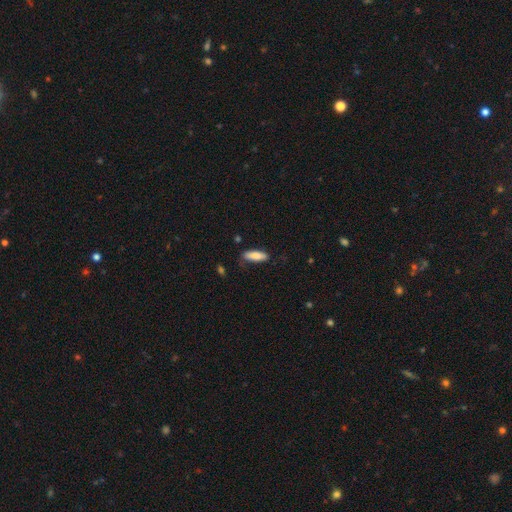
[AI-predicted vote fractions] Smooth or featured: smooth — 85% (featured or disk — 9%)
How rounded: in between — 55% (cigar-shaped — 43%)
Merging: none — 79% (minor disturbance — 17%)